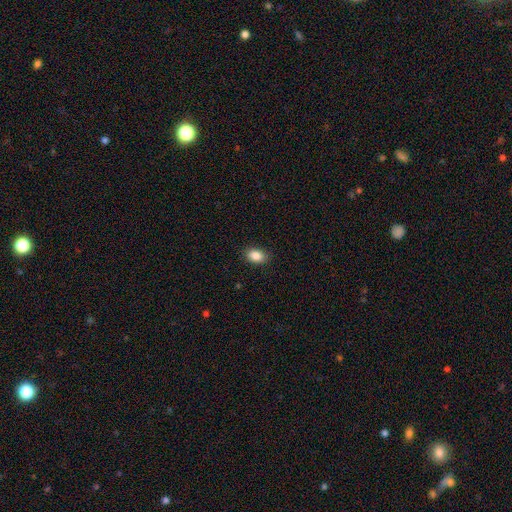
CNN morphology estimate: Smooth or featured?
  - smooth: 88% *
  - star or artifact: 8%
  - featured or disk: 4%
How rounded?
  - in between: 84% *
  - round: 15%
  - cigar-shaped: 1%
Merging?
  - none: 89% *
  - minor disturbance: 8%
  - major disturbance: 2%
  - merger: 1%